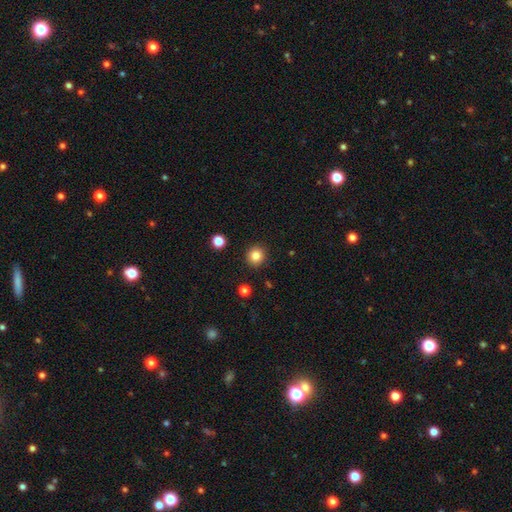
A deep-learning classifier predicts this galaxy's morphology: Smooth or featured? smooth (84%)
How rounded? round (91%)
Merging? none (91%)